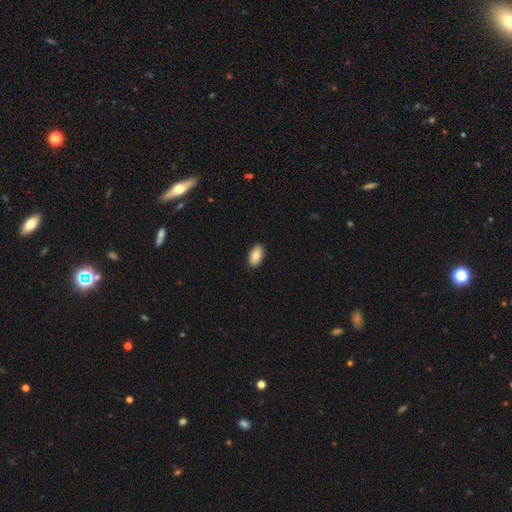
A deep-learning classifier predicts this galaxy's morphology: This appears to be a smooth galaxy with no disk features (85%) that is in between round and cigar-shaped (94%). Merging: none (89%).